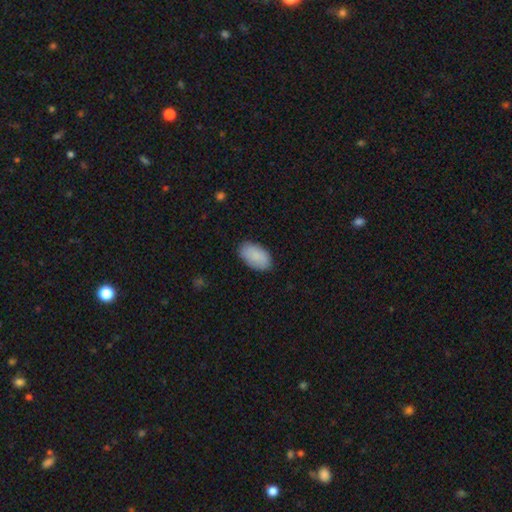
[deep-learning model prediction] The model was most divided on "merging": none: 85%, minor disturbance: 12%, major disturbance: 2%, merger: 1%. More confident: how rounded — in between (94%); smooth or featured — smooth (89%).